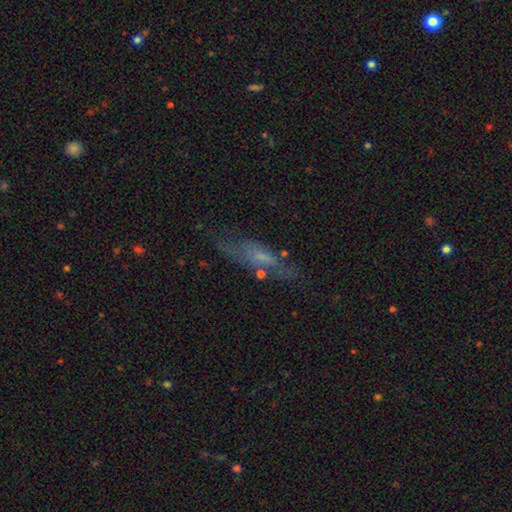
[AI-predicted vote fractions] The model was most divided on "smooth or featured": featured or disk: 46%, smooth: 41%, star or artifact: 13%. More confident: merging — none (62%).